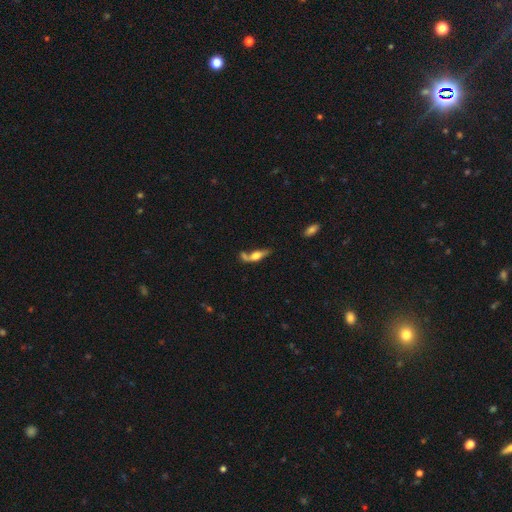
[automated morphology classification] This is possibly a smooth galaxy (48%). Merging: marginally none (42%).